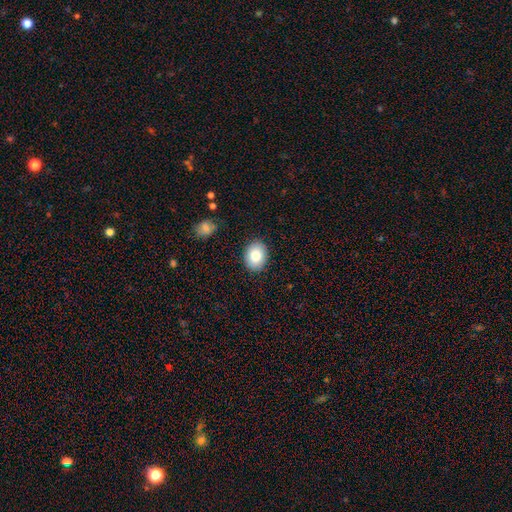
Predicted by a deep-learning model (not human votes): Smooth or featured?
  - smooth: 82% *
  - featured or disk: 11%
  - star or artifact: 8%
How rounded?
  - in between: 62% *
  - round: 37%
  - cigar-shaped: 1%
Merging?
  - none: 89% *
  - minor disturbance: 8%
  - major disturbance: 2%
  - merger: 1%